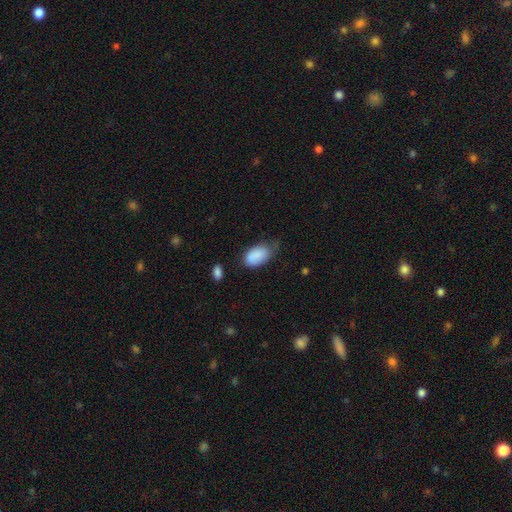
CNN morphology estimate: Smooth or featured?
  - smooth: 86% *
  - featured or disk: 7%
  - star or artifact: 7%
How rounded?
  - in between: 93% *
  - round: 5%
  - cigar-shaped: 2%
Merging?
  - none: 50% *
  - minor disturbance: 36%
  - major disturbance: 10%
  - merger: 4%